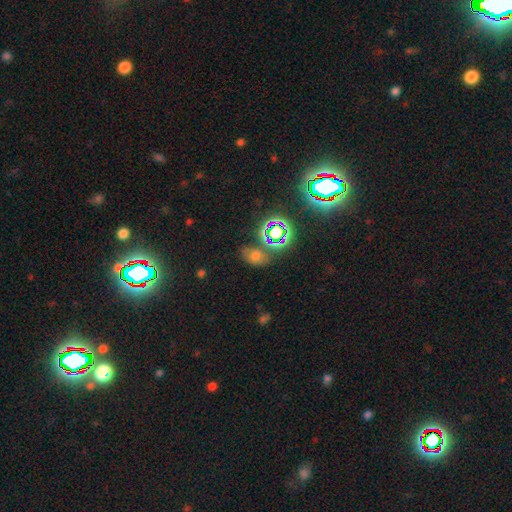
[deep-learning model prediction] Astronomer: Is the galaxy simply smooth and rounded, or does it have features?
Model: smooth — 50% (runner-up: star or artifact, 35%).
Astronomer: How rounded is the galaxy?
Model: in between — 72%.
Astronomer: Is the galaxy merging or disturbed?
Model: none — 63%.